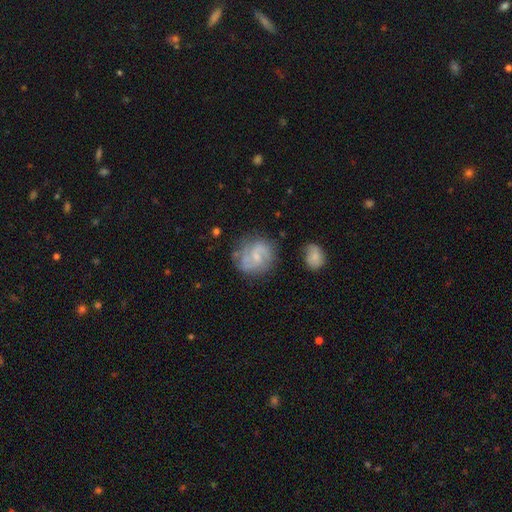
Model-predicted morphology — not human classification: A featured or disk galaxy (73%) with a weak bar (46%, tied with no), 2 (65%) medium (48%) spiral arms (91%) and a small central bulge (63%).

Vote fractions:
- Smooth or featured? featured or disk: 73% / smooth: 20% / star or artifact: 7%
- Edge-on disk? no: 98% / yes: 2%
- Bar? weak: 46% (tied) / no: 46% (tied) / strong: 8%
- Spiral arms? yes: 91% / no: 9%
- Spiral winding? medium: 48% / tight: 29% / loose: 23%
- Spiral arm count? 2: 65% / can't tell: 17% / 3: 9% / 1: 3% / 4: 3% / more than 4: 2%
- Bulge size? small: 63% / moderate: 24% / none: 11% / large: 1% / dominant: 1%
- Merging? none: 69% / minor disturbance: 19% / major disturbance: 8% / merger: 4%